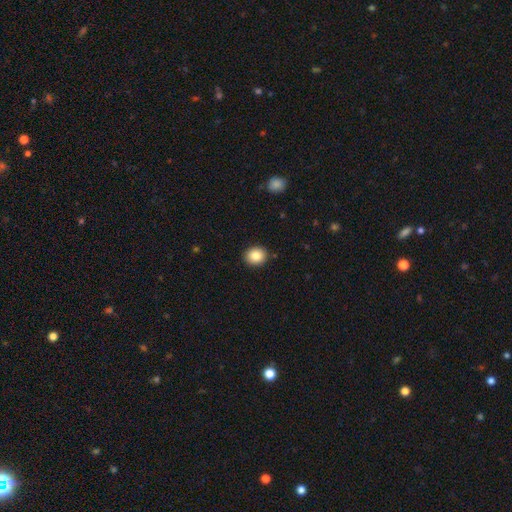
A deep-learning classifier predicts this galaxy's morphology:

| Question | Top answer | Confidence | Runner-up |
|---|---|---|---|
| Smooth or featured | smooth | 86% | star or artifact (9%) |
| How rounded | round | 70% | in between (29%) |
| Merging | none | 91% | minor disturbance (6%) |